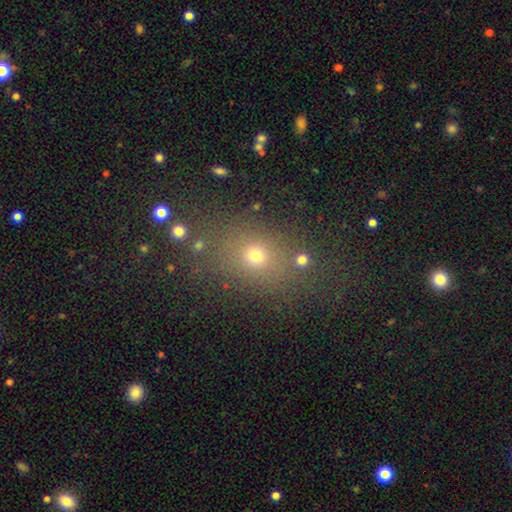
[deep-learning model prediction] Overall: smooth (65%). How rounded: round (51%; in between 46%). Merging: none (74%).